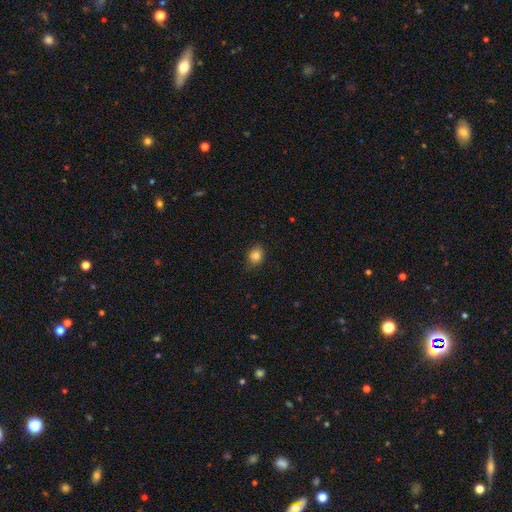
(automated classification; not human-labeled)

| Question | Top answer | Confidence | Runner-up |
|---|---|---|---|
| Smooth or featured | smooth | 83% | star or artifact (10%) |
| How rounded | round | 50% | in between (49%) |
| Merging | none | 79% | minor disturbance (17%) |